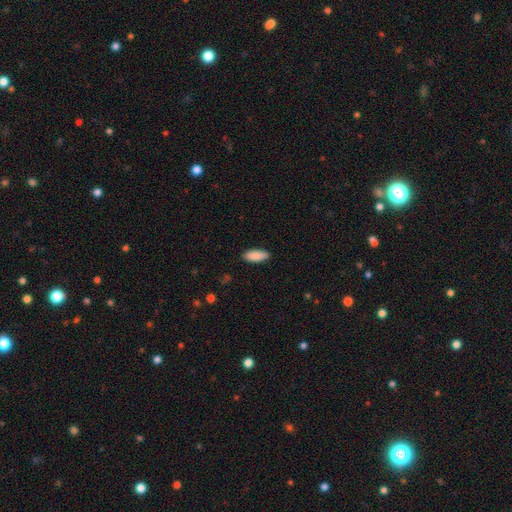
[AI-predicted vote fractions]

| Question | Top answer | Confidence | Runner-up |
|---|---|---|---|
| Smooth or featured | smooth | 89% | star or artifact (6%) |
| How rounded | in between | 82% | cigar-shaped (17%) |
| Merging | none | 89% | minor disturbance (8%) |